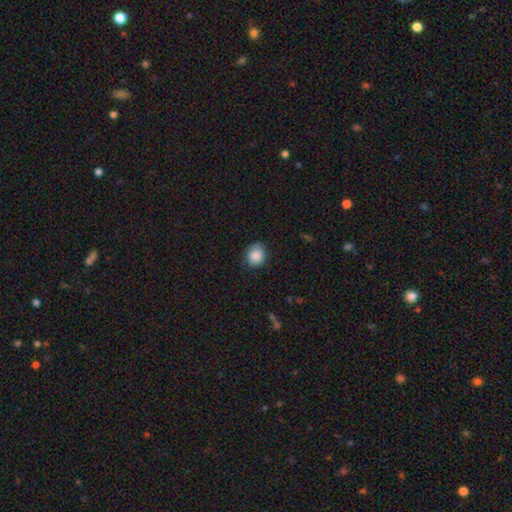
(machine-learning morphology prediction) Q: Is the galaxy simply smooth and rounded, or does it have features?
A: smooth — 87%.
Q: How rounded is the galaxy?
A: round — 70%.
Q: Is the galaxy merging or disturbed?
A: none — 73%.